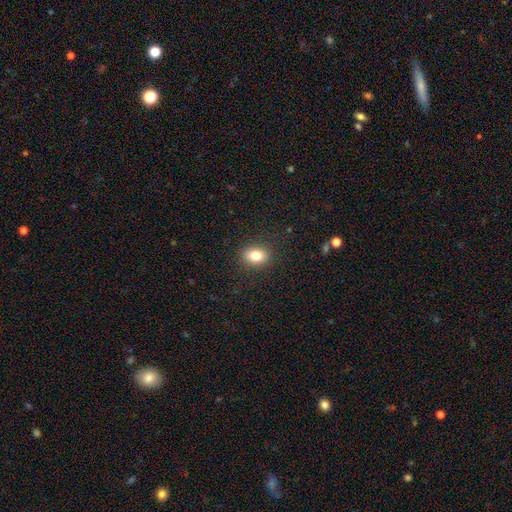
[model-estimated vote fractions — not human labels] A smooth galaxy with no disk features (82%) that is in between round and cigar-shaped (64%).

Vote fractions:
- Smooth or featured? smooth: 82% / star or artifact: 10% / featured or disk: 8%
- How rounded? in between: 64% / round: 35% / cigar-shaped: 1%
- Merging? none: 88% / minor disturbance: 9% / major disturbance: 3% / merger: 1%